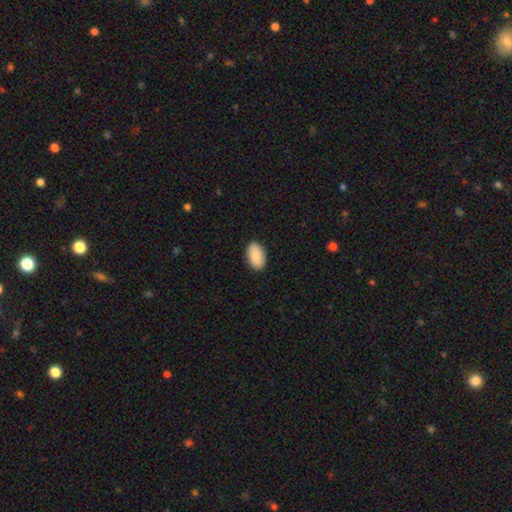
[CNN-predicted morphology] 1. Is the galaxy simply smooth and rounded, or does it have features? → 88% smooth, 6% featured or disk, 6% star or artifact.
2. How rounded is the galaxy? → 94% in between, 4% round, 1% cigar-shaped.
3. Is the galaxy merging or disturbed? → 89% none, 8% minor disturbance, 2% major disturbance, 1% merger.